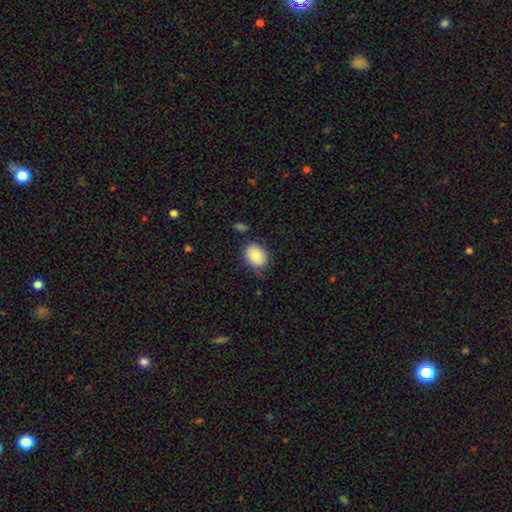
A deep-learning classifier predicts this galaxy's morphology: Smooth or featured? Predicted: smooth (p=0.85). How rounded? Predicted: in between (p=0.63). Merging? Predicted: none (p=0.71).